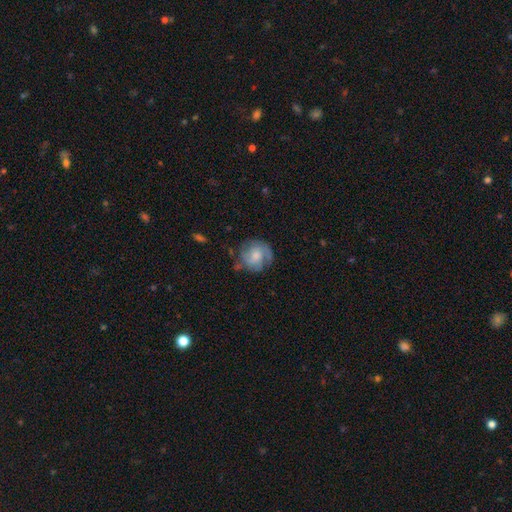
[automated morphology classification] A featured or disk galaxy (53%) with no bar (72%), spiral arms (83%) and a moderate central bulge (46%).

Vote fractions:
- Smooth or featured? featured or disk: 53% / smooth: 40% / star or artifact: 7%
- Edge-on disk? no: 97% / yes: 3%
- Bar? no: 72% / weak: 25% / strong: 4%
- Spiral arms? yes: 83% / no: 17%
- Bulge size? moderate: 46% / small: 33% / large: 11% / none: 8% / dominant: 2%
- Merging? none: 62% / minor disturbance: 24% / major disturbance: 11% / merger: 3%